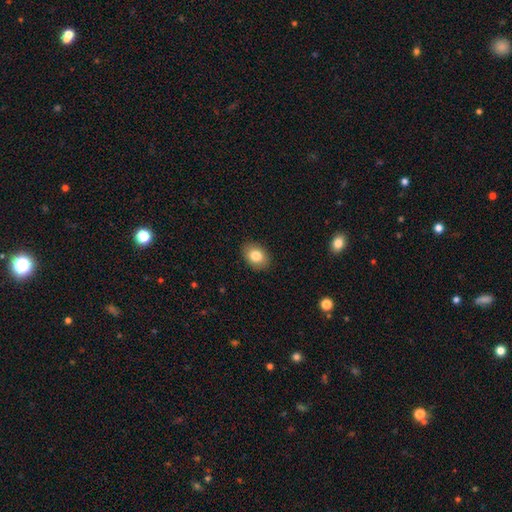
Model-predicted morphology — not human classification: Smooth or featured? smooth (82%)
How rounded? in between (74%)
Merging? none (89%)